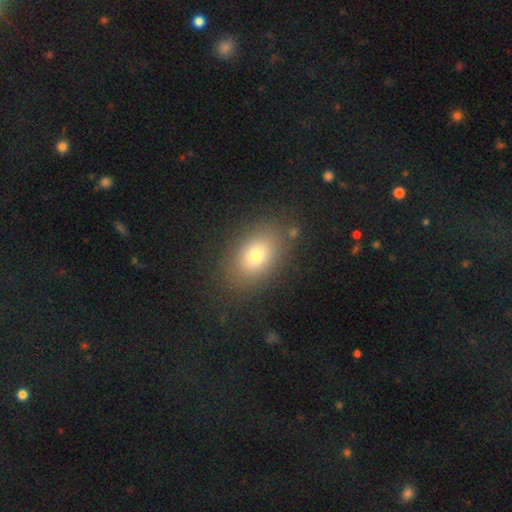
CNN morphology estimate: Smooth or featured? smooth (77%)
How rounded? in between (81%)
Merging? none (83%)